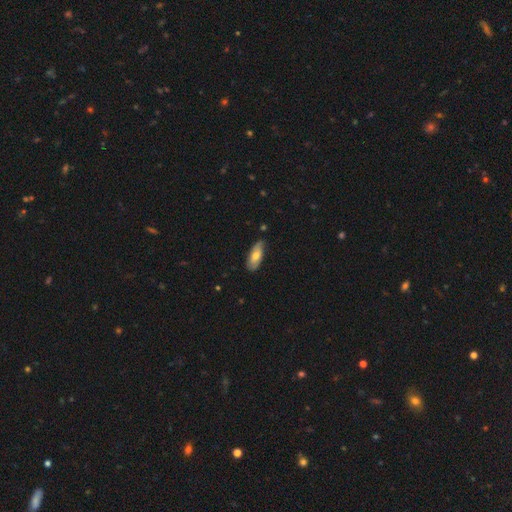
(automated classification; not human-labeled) The model was most divided on "smooth or featured": smooth: 60%, featured or disk: 33%, star or artifact: 6%. More confident: how rounded — in between (79%); merging — none (73%).